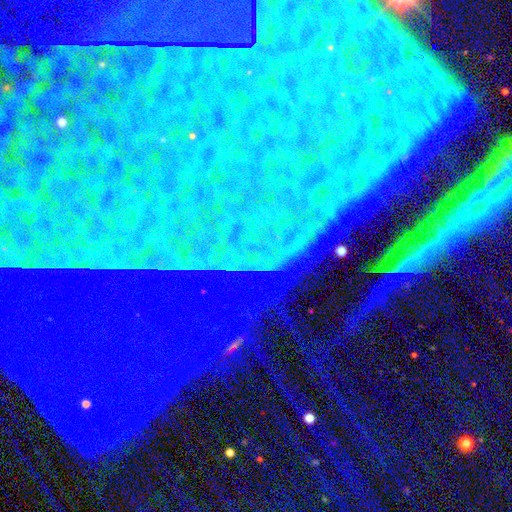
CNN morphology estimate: type=star or artifact (85%).